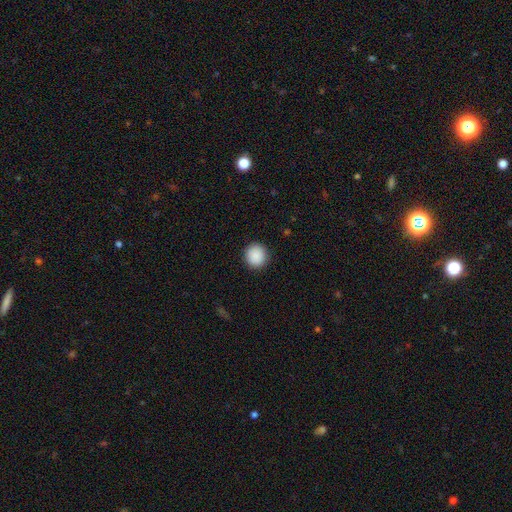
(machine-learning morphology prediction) The model was most divided on "smooth or featured": smooth: 90%, star or artifact: 8%, featured or disk: 2%. More confident: how rounded — round (93%); merging — none (91%).